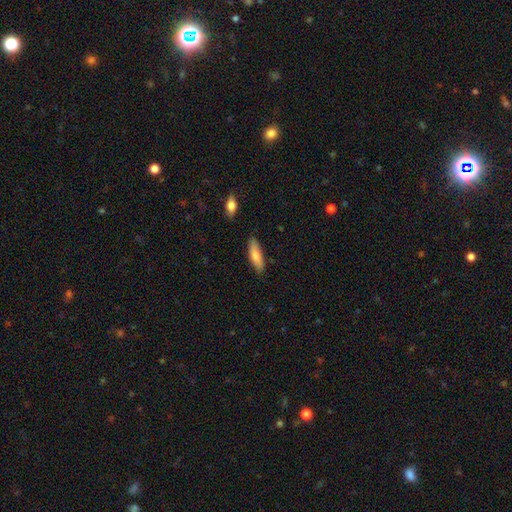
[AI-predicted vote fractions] smooth_or_featured: smooth (p=0.81) [alt: featured or disk p=0.13]
how_rounded: cigar-shaped (p=0.57) [alt: in between p=0.41]
merging: none (p=0.81) [alt: minor disturbance p=0.14]